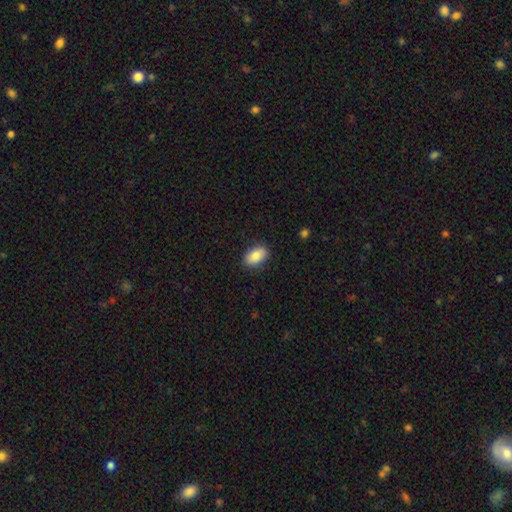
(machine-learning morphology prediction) A smooth galaxy with no disk features (85%) that is in between round and cigar-shaped (91%). Merging: none (87%).